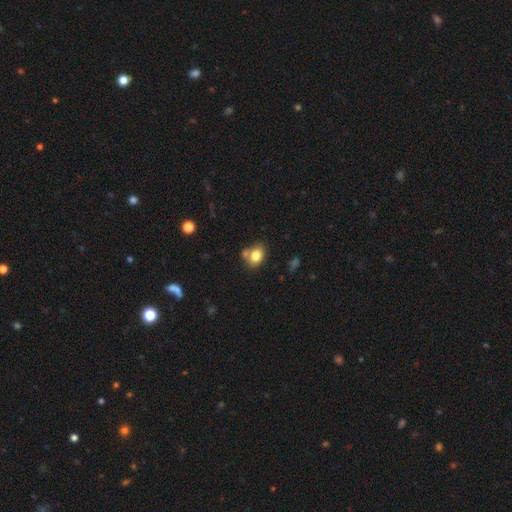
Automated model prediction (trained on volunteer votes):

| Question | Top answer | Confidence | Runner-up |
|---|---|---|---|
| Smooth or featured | smooth | 80% | featured or disk (10%) |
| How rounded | in between | 58% | round (41%) |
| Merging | none | 56% | merger (23%) |